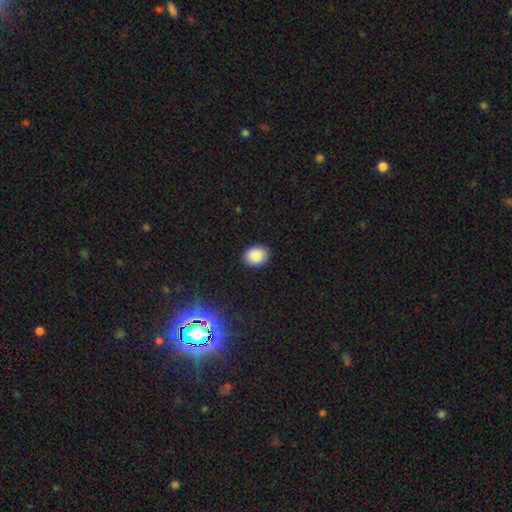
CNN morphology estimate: A smooth galaxy with no disk features (88%) that is in between round and cigar-shaped (52%).

Vote fractions:
- Smooth or featured? smooth: 88% / star or artifact: 8% / featured or disk: 3%
- How rounded? in between: 52% / round: 47% / cigar-shaped: 1%
- Merging? none: 89% / minor disturbance: 8% / major disturbance: 2% / merger: 1%